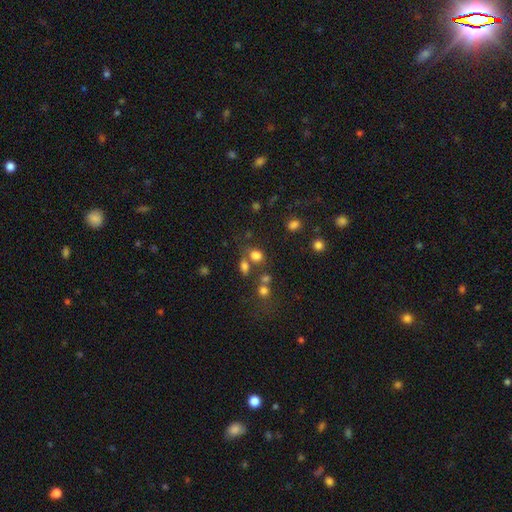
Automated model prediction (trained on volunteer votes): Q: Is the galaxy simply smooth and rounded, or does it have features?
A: smooth — 76%.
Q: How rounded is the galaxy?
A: round — 50%.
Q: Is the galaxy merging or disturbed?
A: none — 57%.